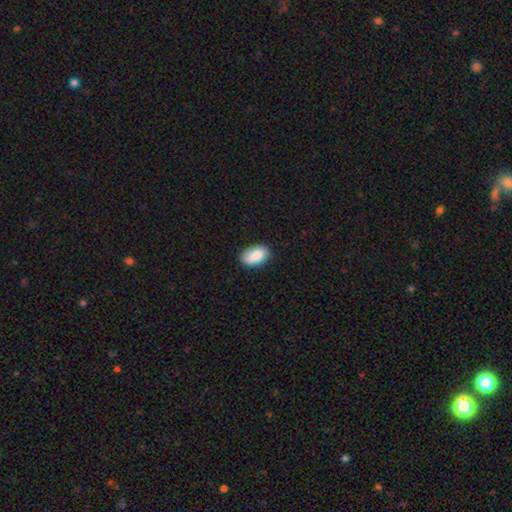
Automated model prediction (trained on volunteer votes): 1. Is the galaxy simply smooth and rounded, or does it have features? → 86% smooth, 8% featured or disk, 7% star or artifact.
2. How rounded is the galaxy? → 93% in between, 5% round, 2% cigar-shaped.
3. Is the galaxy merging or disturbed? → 82% none, 14% minor disturbance, 2% major disturbance, 1% merger.